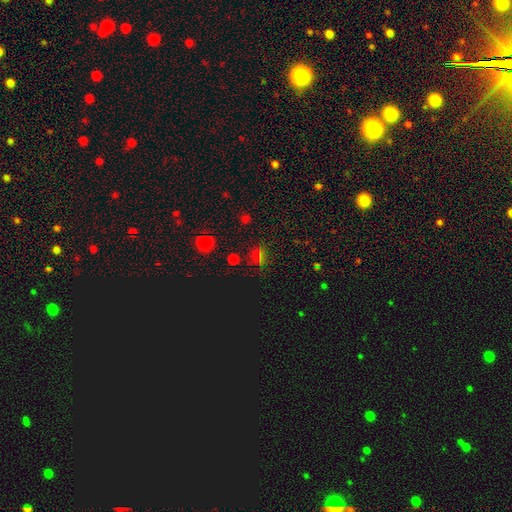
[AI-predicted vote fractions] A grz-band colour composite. It shows a star or artifact, not a galaxy (56%).